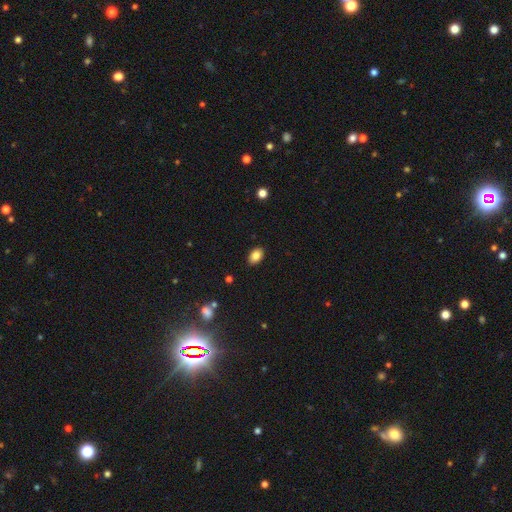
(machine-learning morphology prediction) type=smooth (85%); roundness=in between (88%); merging=none (89%).